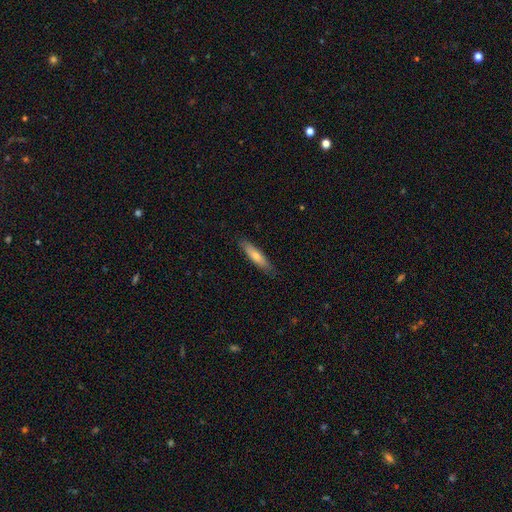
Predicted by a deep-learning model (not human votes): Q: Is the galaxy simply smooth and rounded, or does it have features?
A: smooth — 68%.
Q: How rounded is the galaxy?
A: cigar-shaped — 72%.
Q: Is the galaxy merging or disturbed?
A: none — 84%.